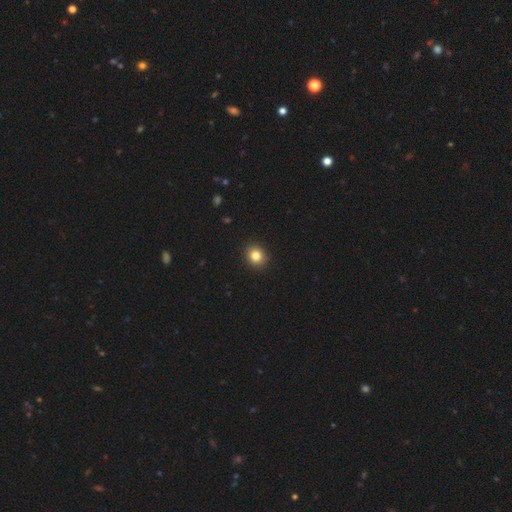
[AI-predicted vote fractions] This appears to be a smooth galaxy with no disk features (83%) that is round (77%). Merging: none (92%).